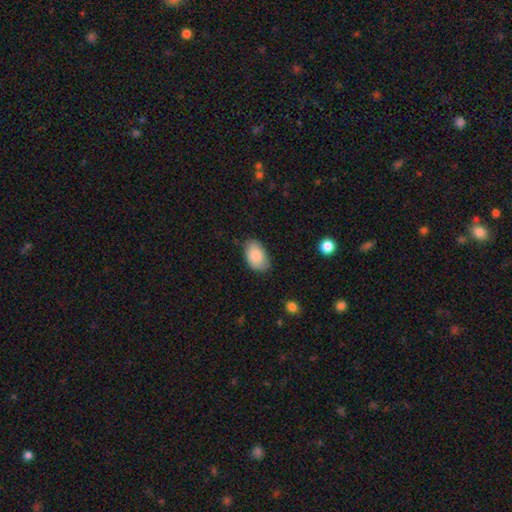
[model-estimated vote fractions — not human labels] This is clearly a smooth galaxy (85%). How rounded: clearly in between (91%). Merging: likely none (72%).